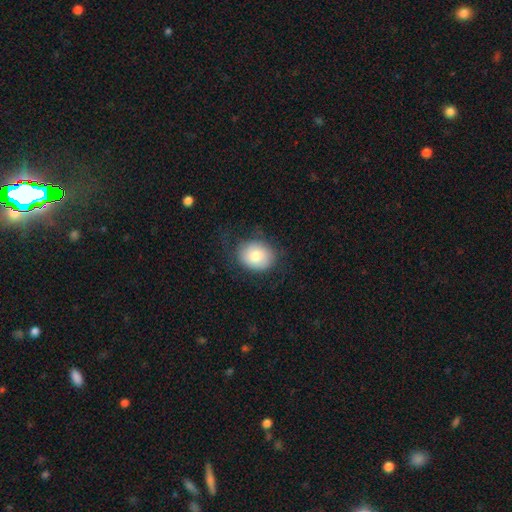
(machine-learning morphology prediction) Overall: smooth (79%). How rounded: round (58%; in between 42%). Merging: none (72%).